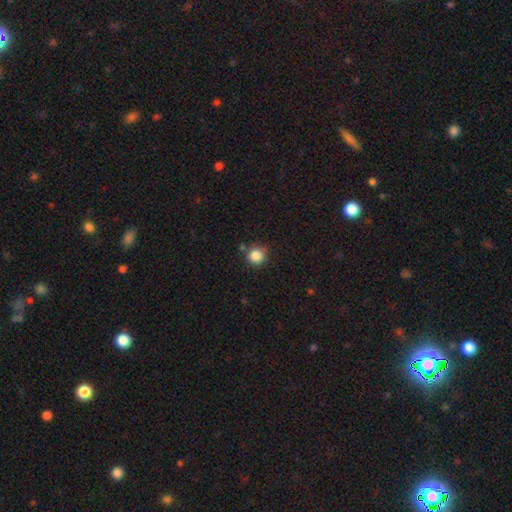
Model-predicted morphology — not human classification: smooth-or-featured: smooth: 85% | star or artifact: 11% | featured or disk: 4%
  how-rounded: round: 93% | in between: 6% | cigar-shaped: 1%
  merging: none: 82% | minor disturbance: 11% | merger: 5% | major disturbance: 3%